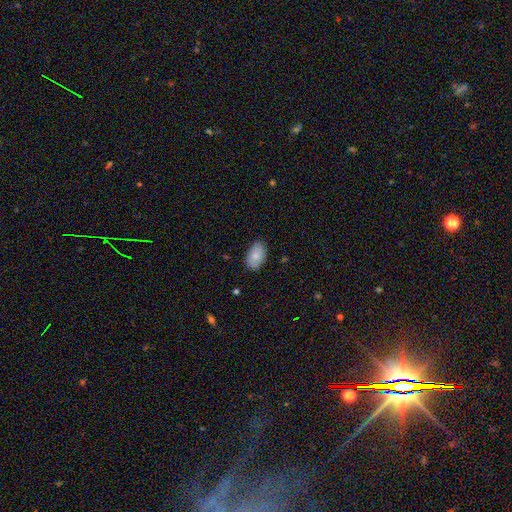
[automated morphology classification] Smooth or featured?
  - smooth: 84% *
  - featured or disk: 10%
  - star or artifact: 6%
How rounded?
  - in between: 92% *
  - round: 7%
  - cigar-shaped: 1%
Merging?
  - none: 84% *
  - minor disturbance: 13%
  - major disturbance: 2%
  - merger: 1%